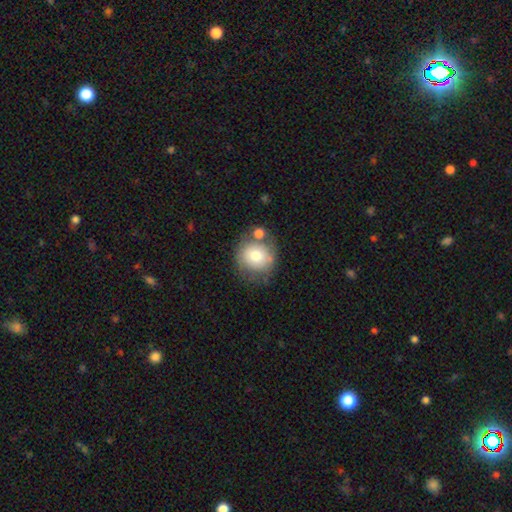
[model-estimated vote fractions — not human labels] smooth-or-featured: smooth: 69% | featured or disk: 22% | star or artifact: 8%
  how-rounded: round: 88% | in between: 11% | cigar-shaped: 1%
  merging: none: 57% | minor disturbance: 18% | merger: 18% | major disturbance: 8%